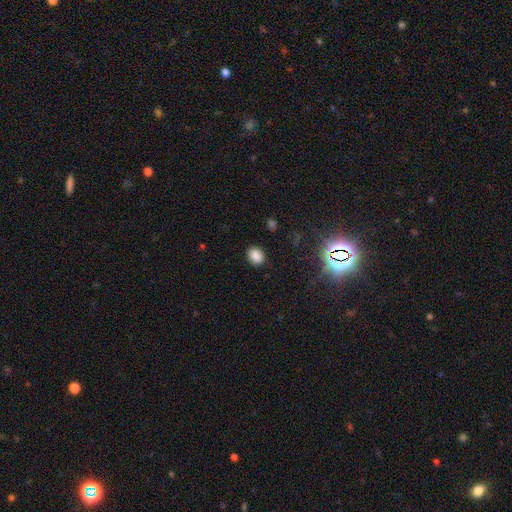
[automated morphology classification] smooth 84%, star or artifact 12%, featured or disk 4%. Down the decision tree: how rounded — in between (55%); merging — none (87%).